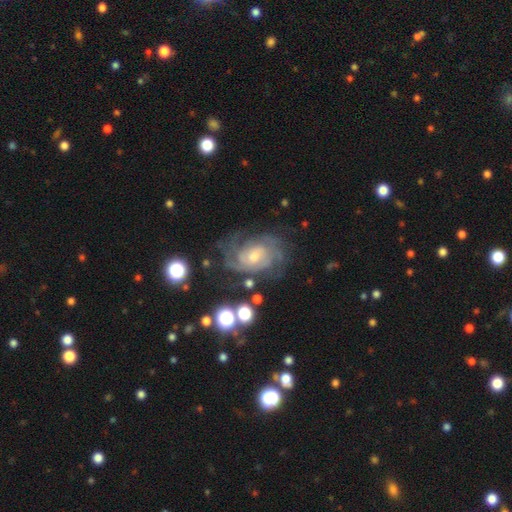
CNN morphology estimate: smooth_or_featured: featured or disk (p=0.83) [alt: smooth p=0.09]
disk_edge_on: no (p=0.97) [alt: yes p=0.03]
bar: no (p=0.56) [alt: weak p=0.37]
has_spiral_arms: yes (p=0.95) [alt: no p=0.05]
spiral_winding: tight (p=0.61) [alt: medium p=0.32]
spiral_arm_count: can't tell (p=0.38) [alt: 2 p=0.20]
bulge_size: moderate (p=0.48) [alt: small p=0.42]
merging: none (p=0.70) [alt: minor disturbance p=0.17]